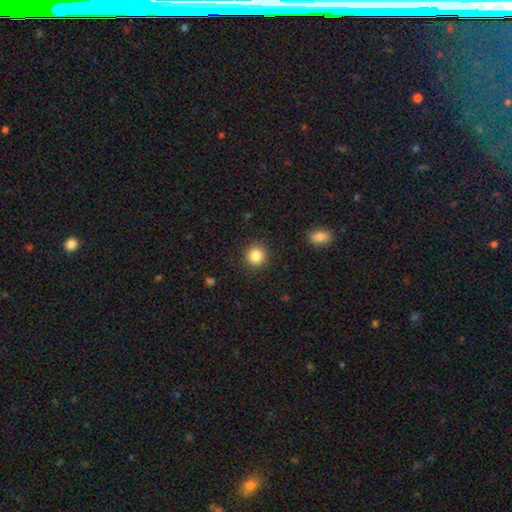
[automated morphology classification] Q: Smooth or featured?
A: smooth (85%); runner-up: star or artifact (10%)
Q: How rounded?
A: round (91%); runner-up: in between (8%)
Q: Merging?
A: none (91%); runner-up: minor disturbance (6%)